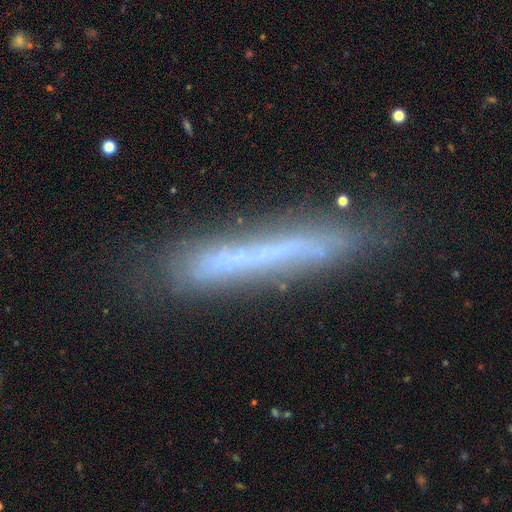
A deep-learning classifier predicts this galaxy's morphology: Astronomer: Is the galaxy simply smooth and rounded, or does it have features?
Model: featured or disk — 47% (runner-up: smooth, 43%).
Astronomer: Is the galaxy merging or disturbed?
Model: none — 73%.